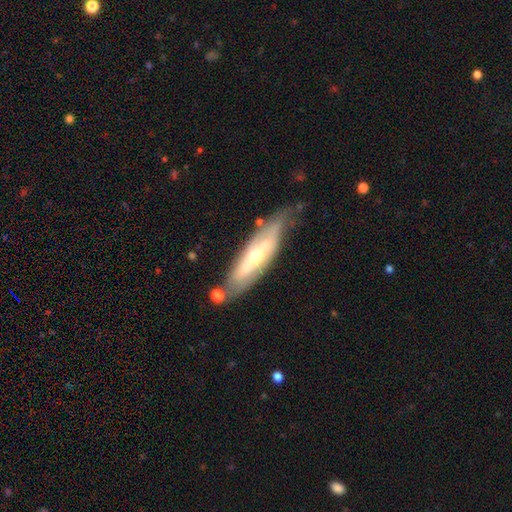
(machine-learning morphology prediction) Q: Smooth or featured?
A: featured or disk (64%); runner-up: smooth (31%)
Q: Edge-on disk?
A: no (54%); runner-up: yes (46%)
Q: Merging?
A: none (62%); runner-up: minor disturbance (24%)